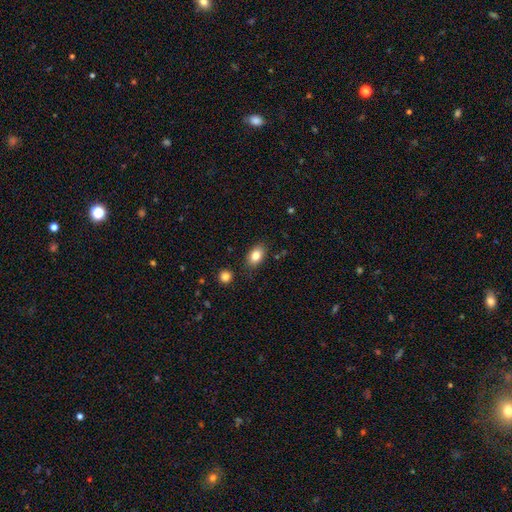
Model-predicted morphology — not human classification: Q: Smooth or featured?
A: smooth (83%); runner-up: featured or disk (9%)
Q: How rounded?
A: in between (87%); runner-up: round (12%)
Q: Merging?
A: none (83%); runner-up: minor disturbance (12%)